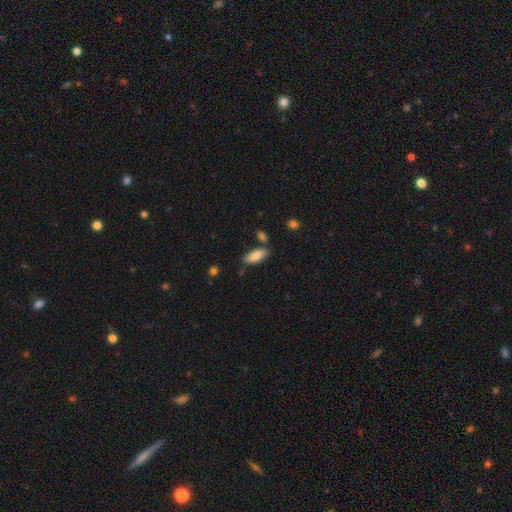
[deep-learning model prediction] Smooth or featured? smooth (84%)
How rounded? in between (80%)
Merging? none (75%)